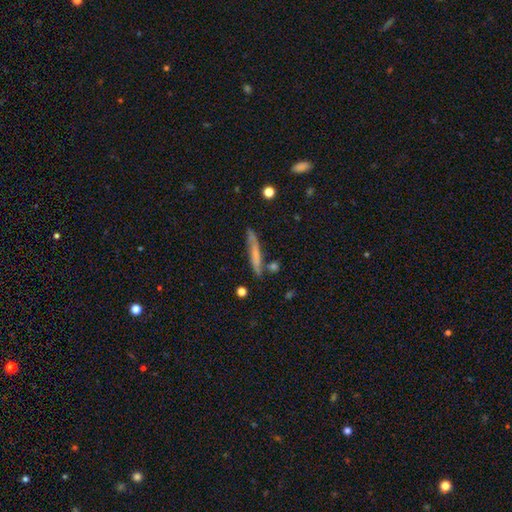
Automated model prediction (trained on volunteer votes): Q: Smooth or featured?
A: smooth (49%); runner-up: featured or disk (44%)
Q: Merging?
A: none (68%); runner-up: minor disturbance (19%)